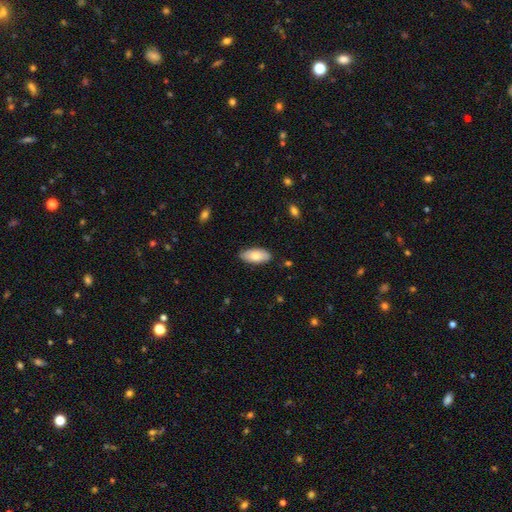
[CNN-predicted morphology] smooth-or-featured: smooth: 80% | featured or disk: 14% | star or artifact: 6%
  how-rounded: in between: 92% | cigar-shaped: 6% | round: 2%
  merging: none: 86% | minor disturbance: 11% | major disturbance: 2% | merger: 1%